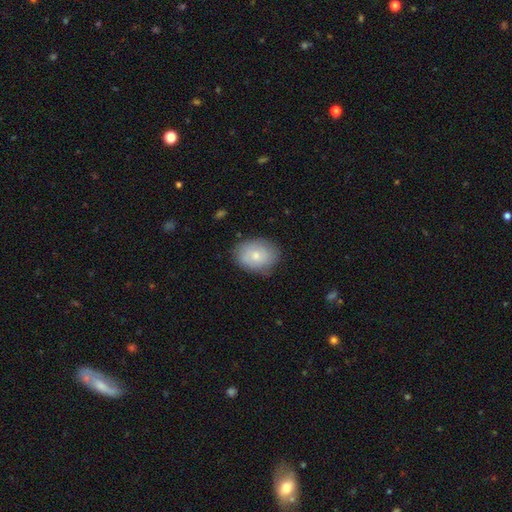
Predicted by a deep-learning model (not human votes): Morphology: type=smooth (68%); roundness=in between (68%); merging=none (79%).